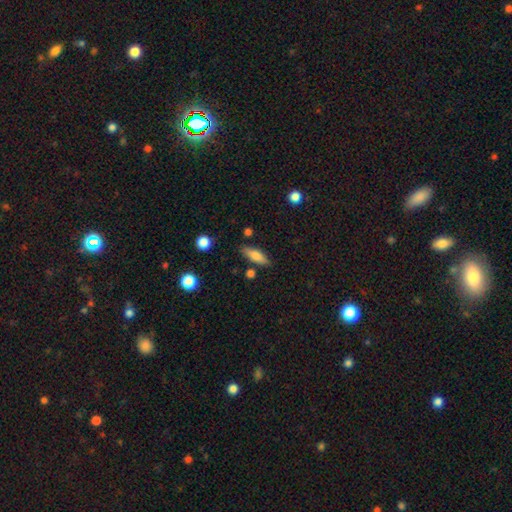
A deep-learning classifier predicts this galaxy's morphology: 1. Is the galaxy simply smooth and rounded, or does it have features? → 76% smooth, 17% featured or disk, 7% star or artifact.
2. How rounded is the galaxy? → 54% in between, 44% cigar-shaped, 3% round.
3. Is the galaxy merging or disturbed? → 81% none, 12% minor disturbance, 4% merger, 3% major disturbance.